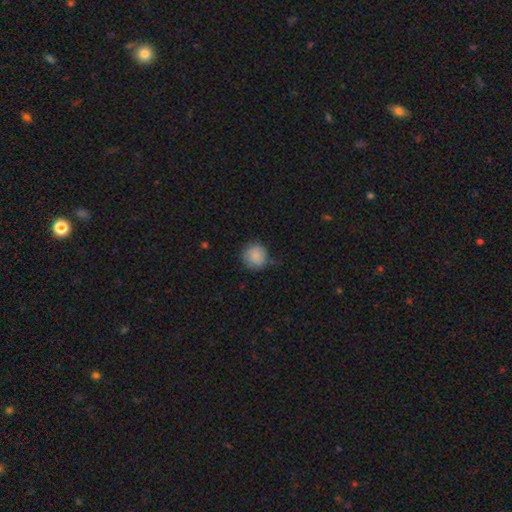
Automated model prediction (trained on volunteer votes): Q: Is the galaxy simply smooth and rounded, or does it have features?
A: smooth — 84%.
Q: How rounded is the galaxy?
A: round — 90%.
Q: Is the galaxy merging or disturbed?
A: none — 72%.